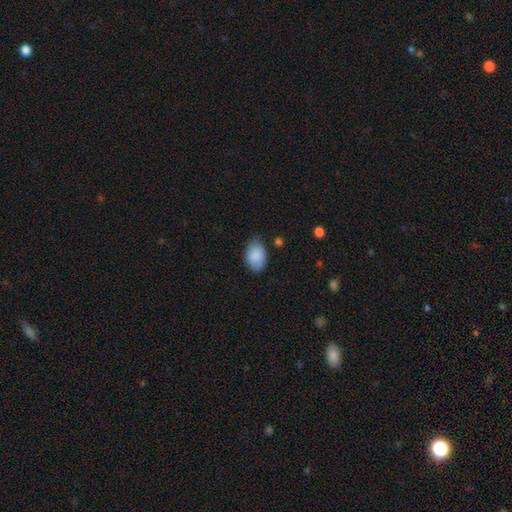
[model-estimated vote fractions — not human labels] smooth-or-featured: smooth: 89% | star or artifact: 7% | featured or disk: 4%
  how-rounded: in between: 86% | round: 13% | cigar-shaped: 1%
  merging: none: 78% | minor disturbance: 17% | major disturbance: 3% | merger: 2%